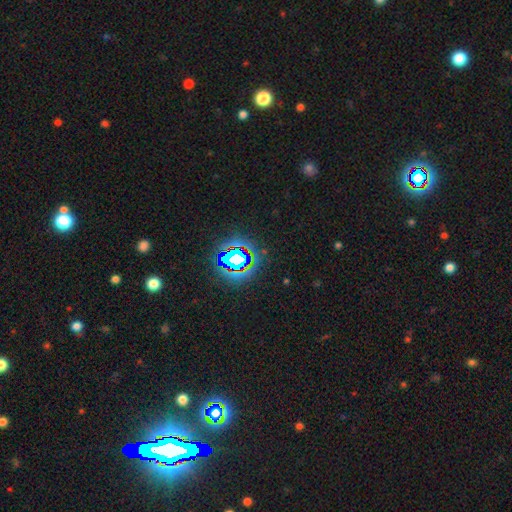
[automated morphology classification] Smooth or featured? star or artifact (77%)